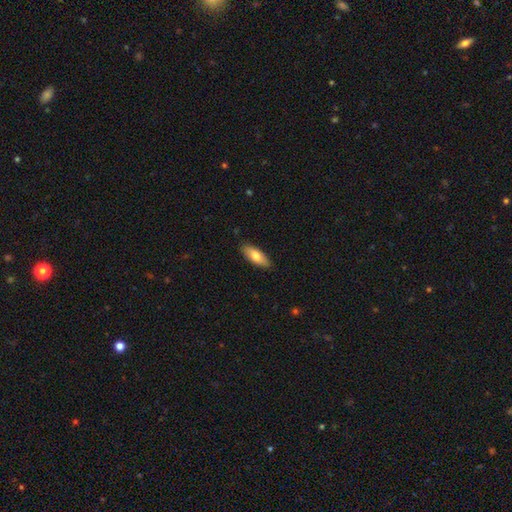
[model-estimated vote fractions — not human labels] Smooth or featured? smooth (76%)
How rounded? in between (73%)
Merging? none (87%)